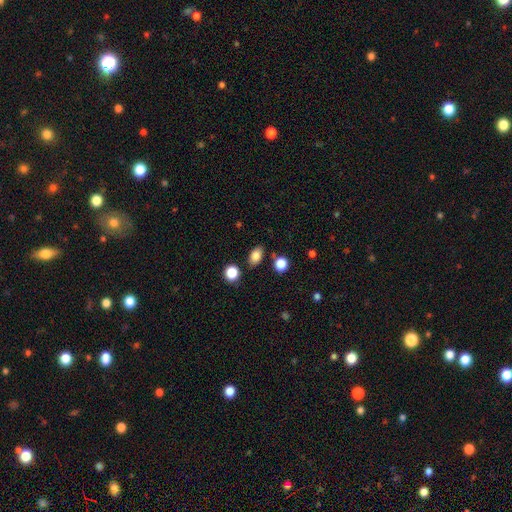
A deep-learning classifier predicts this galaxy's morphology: This is clearly a smooth galaxy (84%). How rounded: clearly in between (82%). Merging: clearly none (82%).